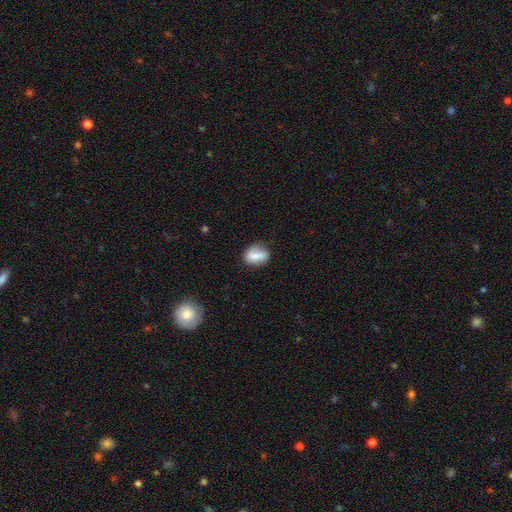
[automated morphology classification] type=smooth (74%); roundness=in between (68%); merging=none (69%).